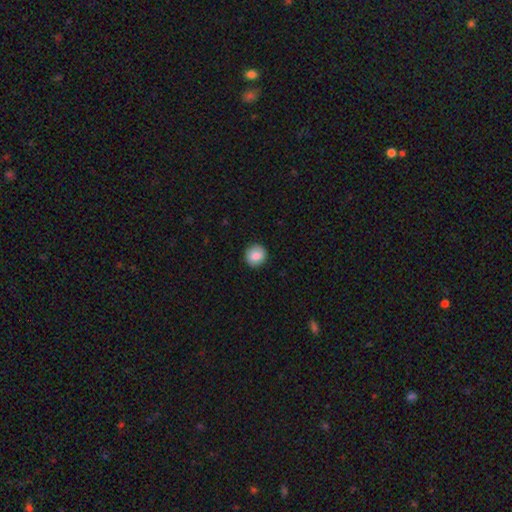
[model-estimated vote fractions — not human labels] Smooth or featured? Predicted: smooth (p=0.85). How rounded? Predicted: round (p=0.91). Merging? Predicted: none (p=0.90).